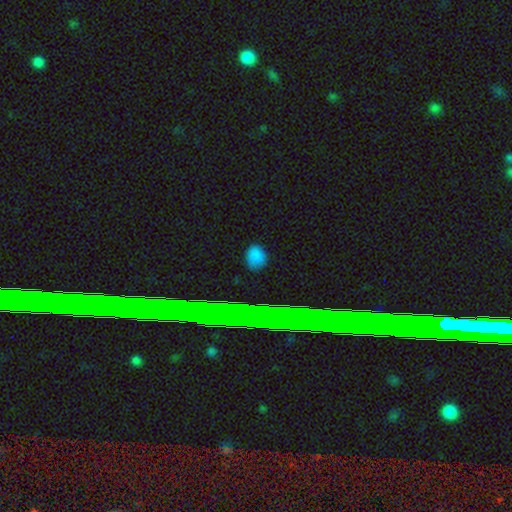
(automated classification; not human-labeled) Overall: smooth (74%). How rounded: in between (57%; round 39%). Merging: none (84%).